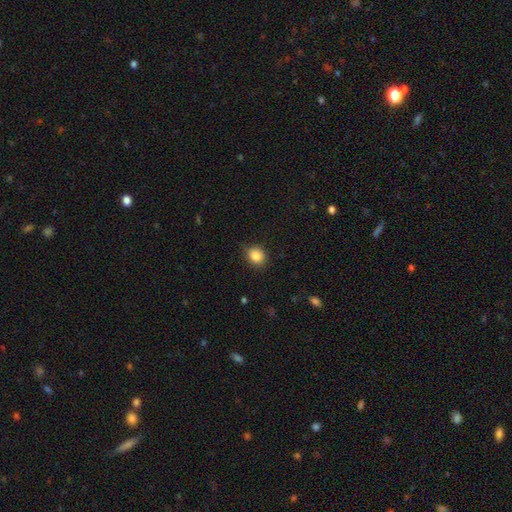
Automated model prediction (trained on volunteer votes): Smooth or featured: smooth — 86% (star or artifact — 9%)
How rounded: round — 67% (in between — 32%)
Merging: none — 82% (minor disturbance — 14%)